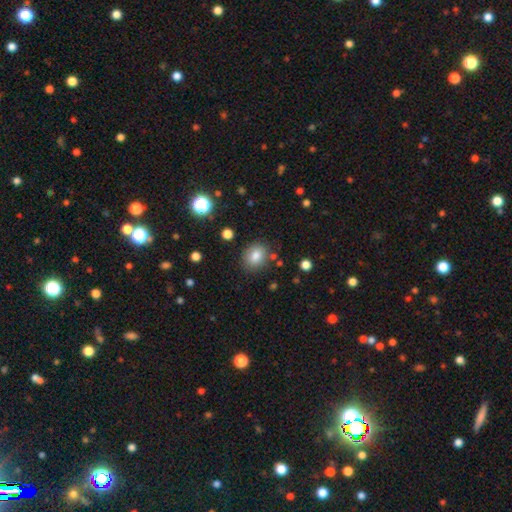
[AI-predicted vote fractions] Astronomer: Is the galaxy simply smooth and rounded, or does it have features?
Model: smooth — 82%.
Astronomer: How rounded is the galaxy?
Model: round — 58% (runner-up: in between, 41%).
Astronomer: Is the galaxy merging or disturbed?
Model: none — 81%.